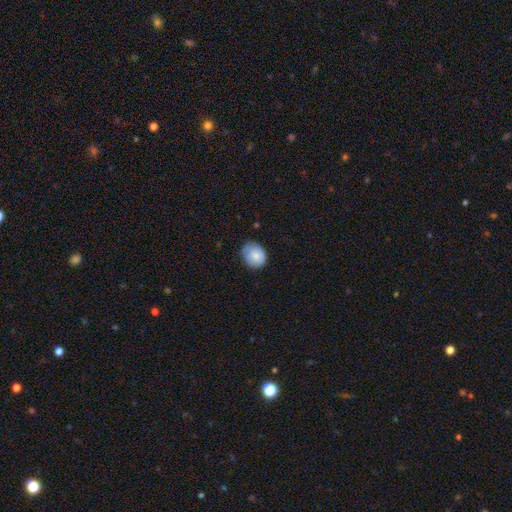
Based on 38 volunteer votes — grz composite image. It shows a smooth galaxy with no disk features (84%) that is round (72%). Merging: none (69%).